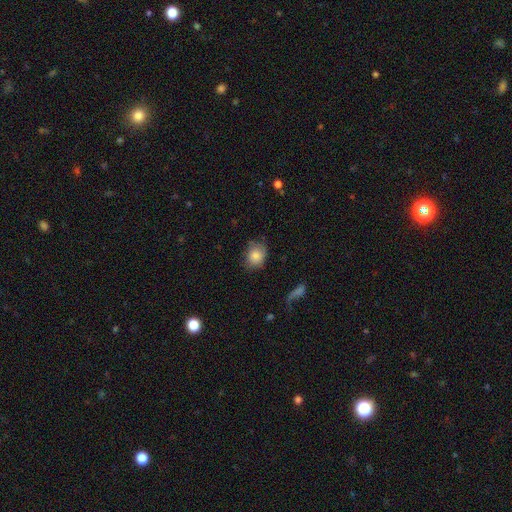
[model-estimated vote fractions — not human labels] This is clearly a smooth galaxy (81%). How rounded: possibly round (58%). Merging: likely none (67%).